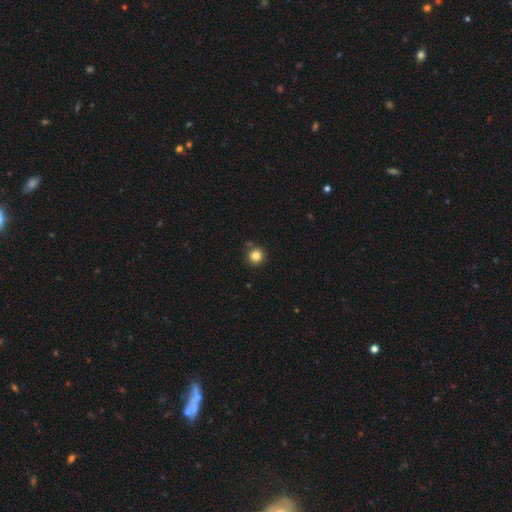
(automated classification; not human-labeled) A smooth galaxy with no disk features (83%) that is round (94%).

Vote fractions:
- Smooth or featured? smooth: 83% / star or artifact: 12% / featured or disk: 5%
- How rounded? round: 94% / in between: 5% / cigar-shaped: 1%
- Merging? none: 86% / minor disturbance: 8% / merger: 4% / major disturbance: 2%